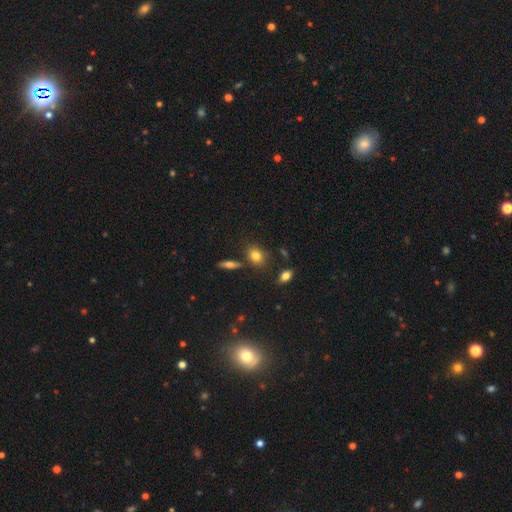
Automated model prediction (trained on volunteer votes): smooth-or-featured: smooth: 80% | star or artifact: 10% | featured or disk: 10%
  how-rounded: round: 52% | in between: 45% | cigar-shaped: 3%
  merging: none: 76% | minor disturbance: 13% | merger: 8% | major disturbance: 3%